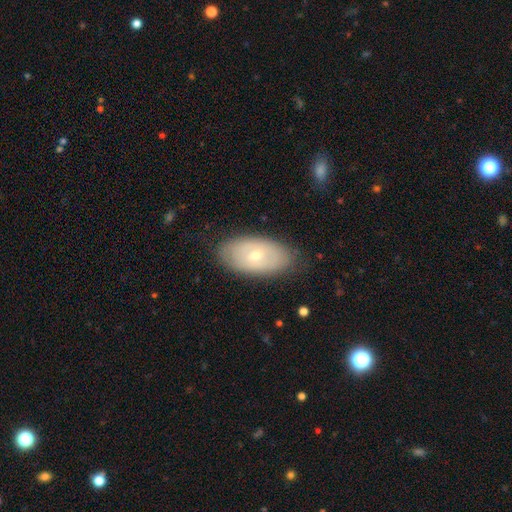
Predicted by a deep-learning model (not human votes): This appears to be a smooth galaxy with no disk features (51%) that is in between round and cigar-shaped (92%). Merging: none (82%).